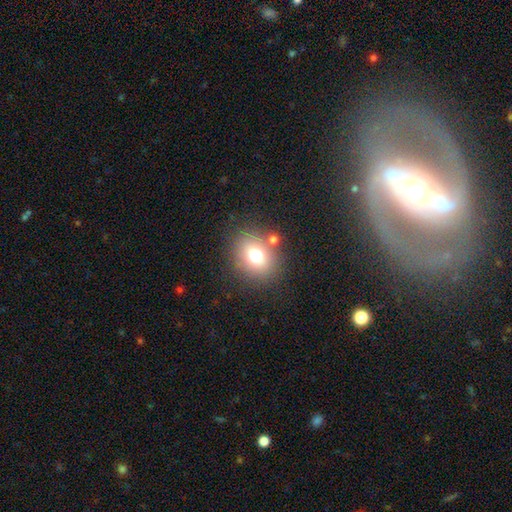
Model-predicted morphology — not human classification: Q: Smooth or featured?
A: smooth (73%); runner-up: featured or disk (14%)
Q: How rounded?
A: round (56%); runner-up: in between (43%)
Q: Merging?
A: none (77%); runner-up: minor disturbance (11%)